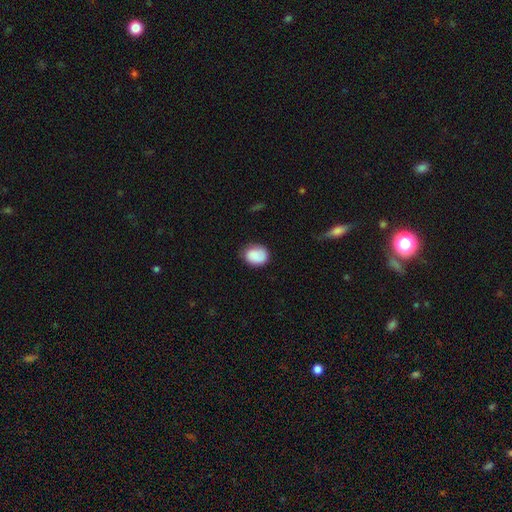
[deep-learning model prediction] smooth 83%, featured or disk 10%, star or artifact 7%. Down the decision tree: how rounded — in between (52%); merging — none (69%).